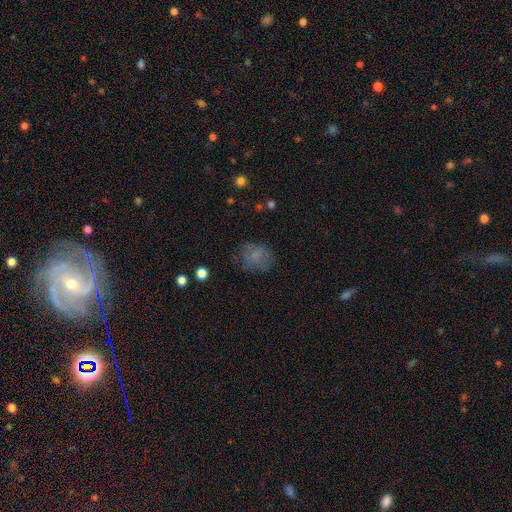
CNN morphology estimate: A smooth galaxy with no disk features (69%) that is round (65%).

Vote fractions:
- Smooth or featured? smooth: 69% / featured or disk: 17% / star or artifact: 14%
- How rounded? round: 65% / in between: 34% / cigar-shaped: 1%
- Merging? none: 64% / minor disturbance: 21% / major disturbance: 14% / merger: 2%